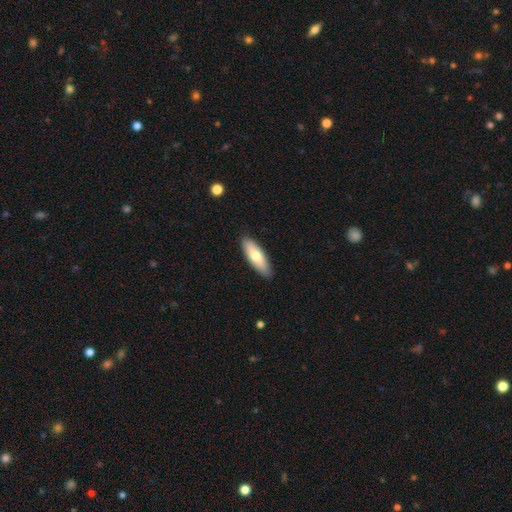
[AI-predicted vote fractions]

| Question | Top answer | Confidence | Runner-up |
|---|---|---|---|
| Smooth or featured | smooth | 70% | featured or disk (25%) |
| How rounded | in between | 53% | cigar-shaped (45%) |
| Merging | none | 88% | minor disturbance (9%) |